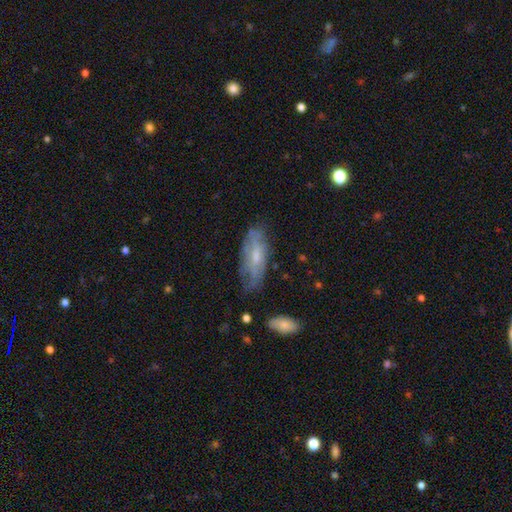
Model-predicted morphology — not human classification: A featured or disk galaxy (51%). Merging: none (63%).